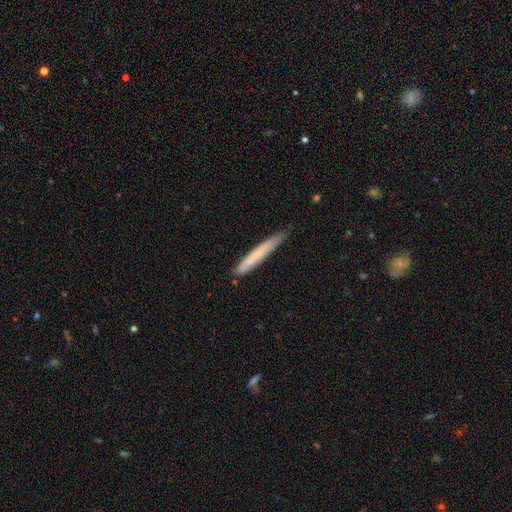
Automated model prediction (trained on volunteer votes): smooth 69%, featured or disk 24%, star or artifact 6%. Down the decision tree: how rounded — cigar-shaped (96%); merging — none (74%).